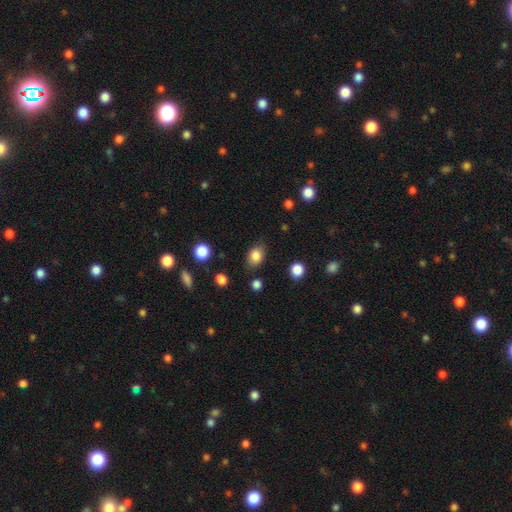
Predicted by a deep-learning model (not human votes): smooth_or_featured: smooth (p=0.84) [alt: star or artifact p=0.09]
how_rounded: in between (p=0.72) [alt: round p=0.27]
merging: none (p=0.77) [alt: minor disturbance p=0.16]